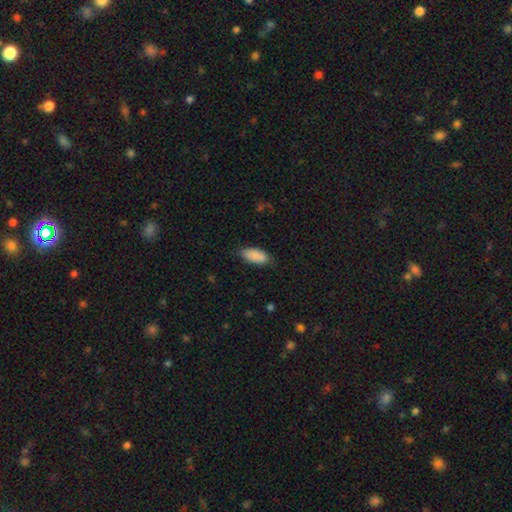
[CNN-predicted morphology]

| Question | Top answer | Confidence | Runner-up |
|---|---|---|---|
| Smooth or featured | smooth | 87% | star or artifact (7%) |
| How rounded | in between | 89% | cigar-shaped (8%) |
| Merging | none | 73% | minor disturbance (22%) |